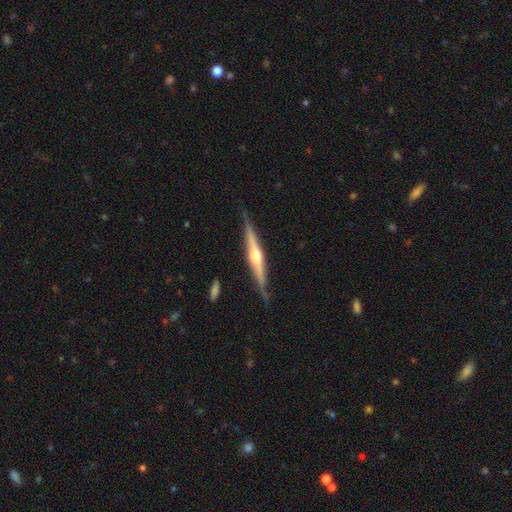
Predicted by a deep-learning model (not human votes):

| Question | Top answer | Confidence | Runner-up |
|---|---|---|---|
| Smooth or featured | featured or disk | 81% | smooth (14%) |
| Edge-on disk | yes | 98% | no (2%) |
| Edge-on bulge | rounded | 86% | boxy (9%) |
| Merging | none | 86% | minor disturbance (11%) |